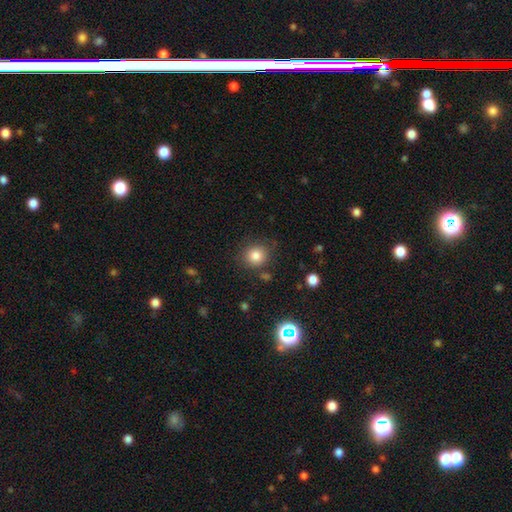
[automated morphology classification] type=smooth (82%); roundness=round (86%); merging=none (82%).